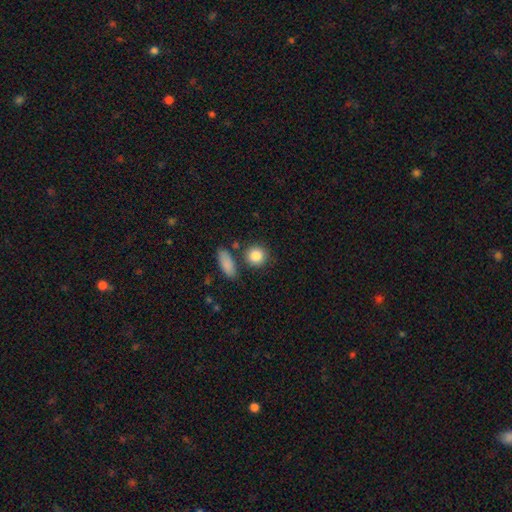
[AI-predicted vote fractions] smooth_or_featured: smooth (p=0.85) [alt: star or artifact p=0.08]
how_rounded: round (p=0.84) [alt: in between p=0.14]
merging: none (p=0.78) [alt: minor disturbance p=0.10]